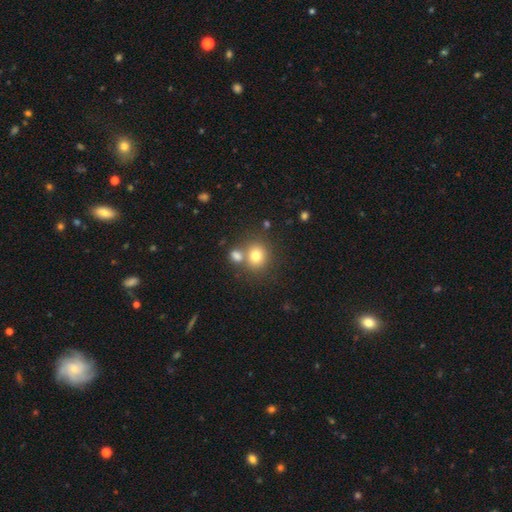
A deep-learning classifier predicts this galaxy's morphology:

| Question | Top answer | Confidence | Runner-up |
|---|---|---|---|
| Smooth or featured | smooth | 77% | star or artifact (13%) |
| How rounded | round | 80% | in between (19%) |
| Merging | none | 60% | merger (27%) |